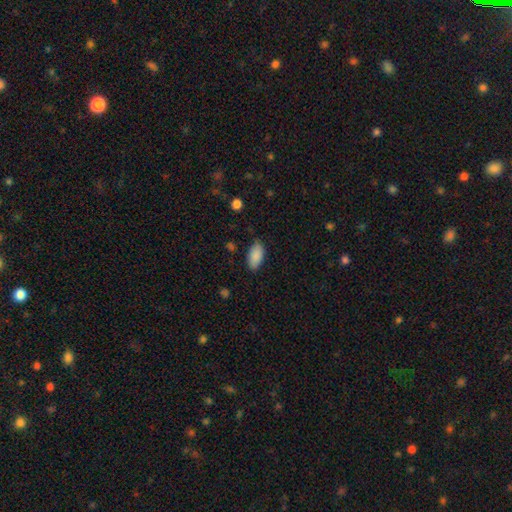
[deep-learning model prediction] Morphology: type=smooth (89%); roundness=in between (94%); merging=none (80%).